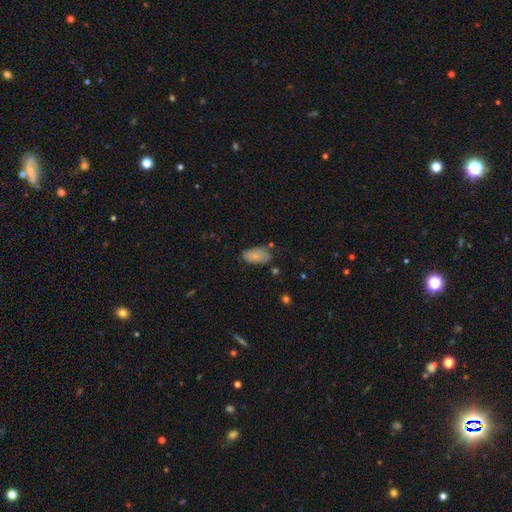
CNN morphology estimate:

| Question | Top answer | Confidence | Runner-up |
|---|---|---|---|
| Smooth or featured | smooth | 79% | featured or disk (13%) |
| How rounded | in between | 93% | round (3%) |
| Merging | none | 69% | minor disturbance (22%) |